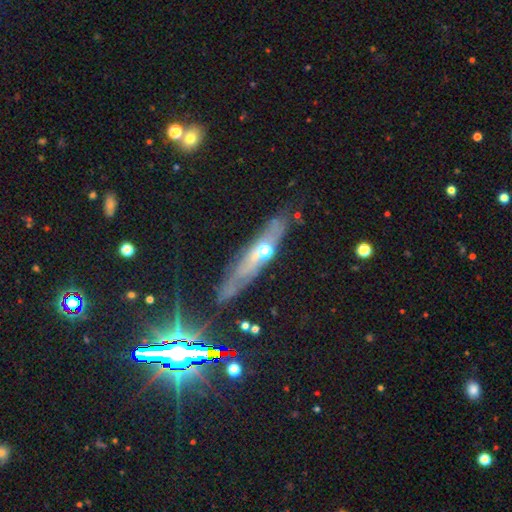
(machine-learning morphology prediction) This is possibly a featured or disk galaxy (55%). It is likely viewed edge-on (73%). Merging: likely none (75%).